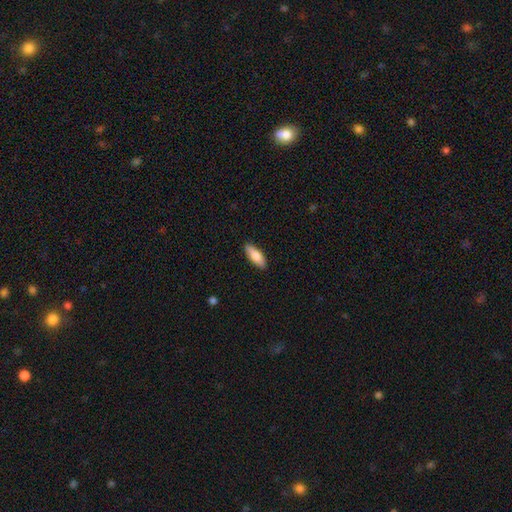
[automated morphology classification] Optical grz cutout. It shows a smooth galaxy with no disk features (80%) that is in between round and cigar-shaped (67%). Merging: none (89%).